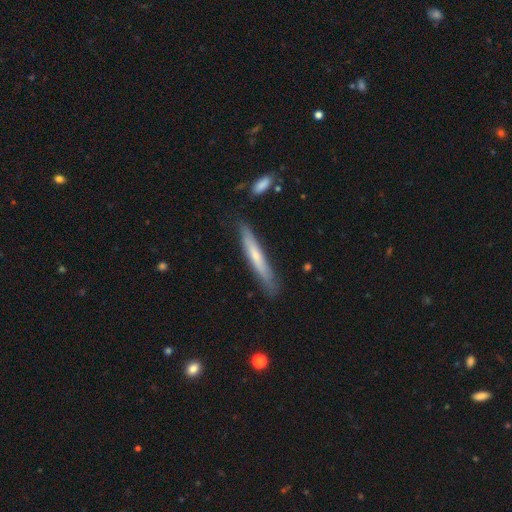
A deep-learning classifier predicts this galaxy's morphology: Smooth or featured?
  - smooth: 54% *
  - featured or disk: 40%
  - star or artifact: 6%
How rounded?
  - cigar-shaped: 94% *
  - in between: 4%
  - round: 1%
Merging?
  - none: 81% *
  - minor disturbance: 14%
  - major disturbance: 3%
  - merger: 2%